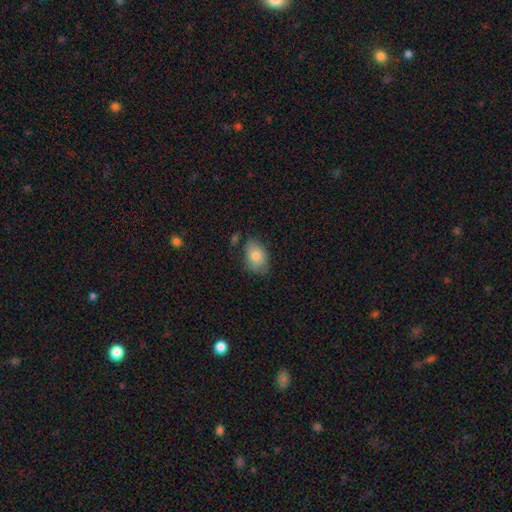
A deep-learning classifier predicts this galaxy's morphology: Smooth or featured: smooth — 80% (featured or disk — 13%)
How rounded: in between — 85% (round — 14%)
Merging: none — 70% (minor disturbance — 22%)